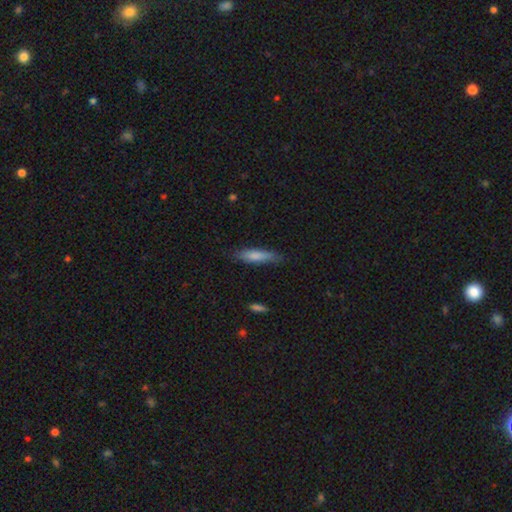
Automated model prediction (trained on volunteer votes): smooth-or-featured: smooth: 79% | featured or disk: 15% | star or artifact: 6%
  how-rounded: cigar-shaped: 77% | in between: 22% | round: 2%
  merging: none: 76% | minor disturbance: 19% | major disturbance: 3% | merger: 2%